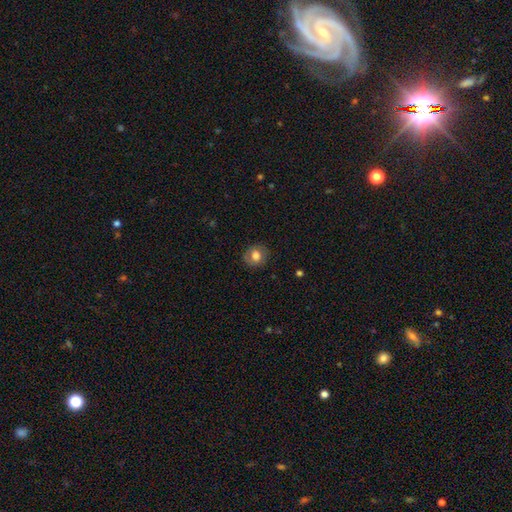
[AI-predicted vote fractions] This is likely a smooth galaxy (72%). How rounded: likely round (80%). Merging: clearly none (82%).